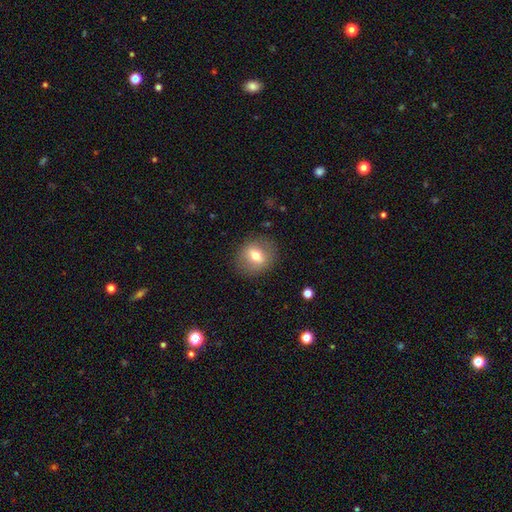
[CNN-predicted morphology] A smooth galaxy with no disk features (62%) that is round (71%). Merging: none (84%).